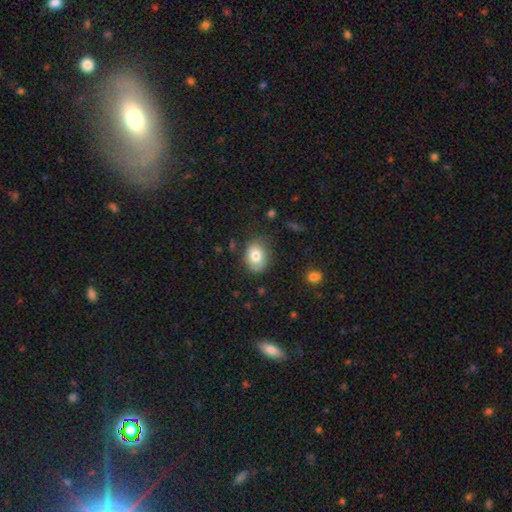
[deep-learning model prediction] Smooth or featured?
  - smooth: 79% *
  - featured or disk: 12%
  - star or artifact: 9%
How rounded?
  - in between: 64% *
  - round: 35%
  - cigar-shaped: 1%
Merging?
  - none: 75% *
  - minor disturbance: 19%
  - major disturbance: 5%
  - merger: 2%